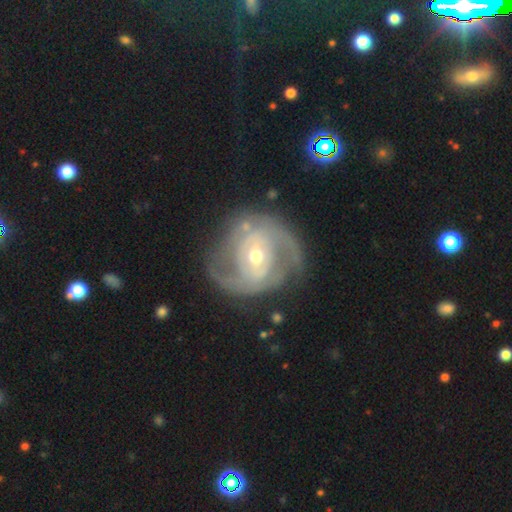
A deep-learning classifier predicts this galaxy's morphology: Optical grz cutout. It shows a featured or disk galaxy (84%) with no bar (48%), 2 (64%) tight (45%) spiral arms (89%) and a moderate central bulge (50%). Merging: none (69%).